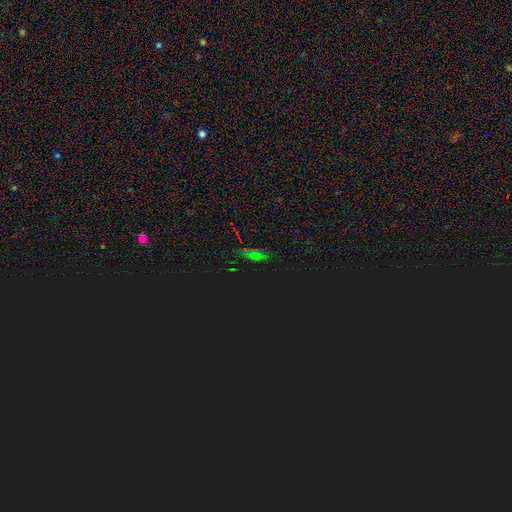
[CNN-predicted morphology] Overall: star or artifact (73%).